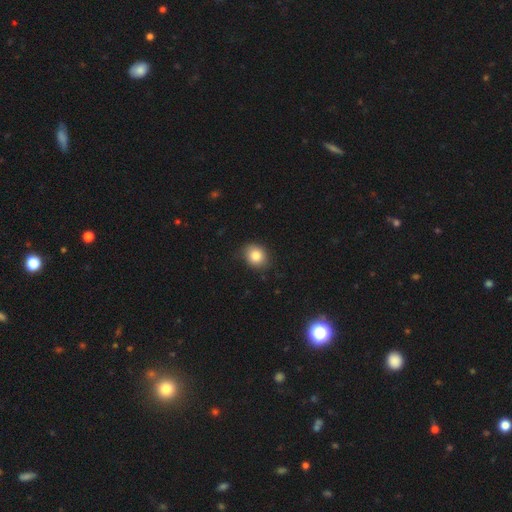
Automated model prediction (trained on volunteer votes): This is clearly a smooth galaxy (83%). How rounded: likely round (67%). Merging: clearly none (82%).